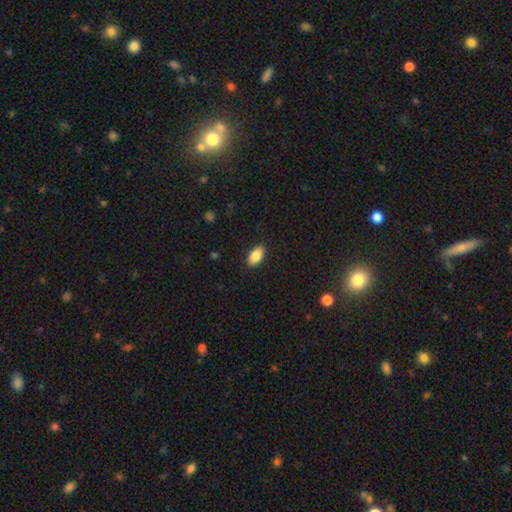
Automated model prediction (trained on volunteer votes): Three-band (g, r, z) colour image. It shows a smooth galaxy with no disk features (86%) that is in between round and cigar-shaped (93%). Merging: none (88%).